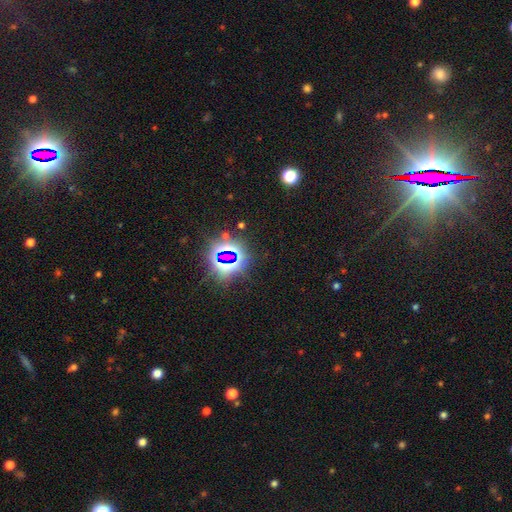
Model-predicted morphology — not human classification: The model was most divided on "smooth or featured": star or artifact: 81%, smooth: 10%, featured or disk: 9%.